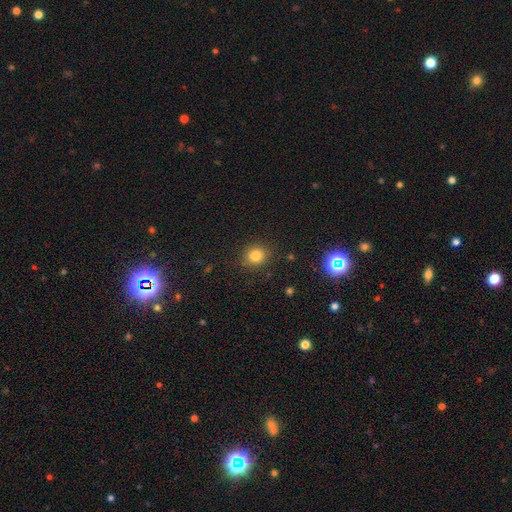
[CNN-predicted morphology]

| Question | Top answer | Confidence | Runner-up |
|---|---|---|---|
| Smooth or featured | smooth | 81% | star or artifact (13%) |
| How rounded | round | 80% | in between (19%) |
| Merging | none | 87% | minor disturbance (9%) |